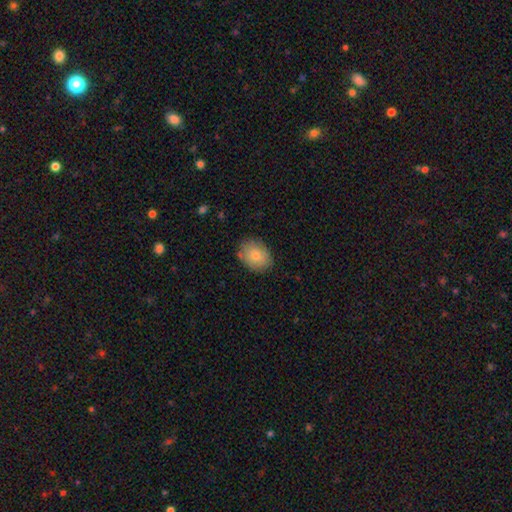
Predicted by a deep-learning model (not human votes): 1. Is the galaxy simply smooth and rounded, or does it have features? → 82% smooth, 11% featured or disk, 7% star or artifact.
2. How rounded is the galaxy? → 65% in between, 34% round, 1% cigar-shaped.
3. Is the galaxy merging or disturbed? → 82% none, 14% minor disturbance, 3% major disturbance, 2% merger.